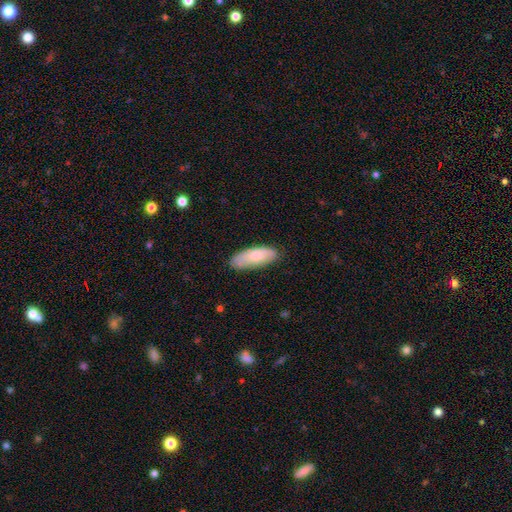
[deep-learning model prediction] Smooth or featured? Predicted: smooth (p=0.78). How rounded? Predicted: in between (p=0.75). Merging? Predicted: none (p=0.76).